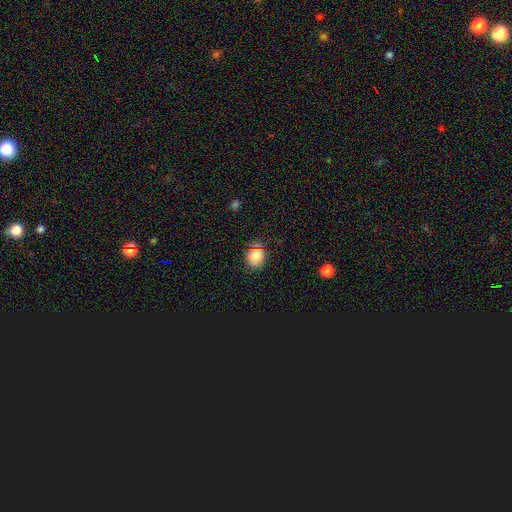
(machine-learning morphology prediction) Smooth or featured? Predicted: smooth (p=0.79). How rounded? Predicted: round (p=0.70). Merging? Predicted: none (p=0.82).